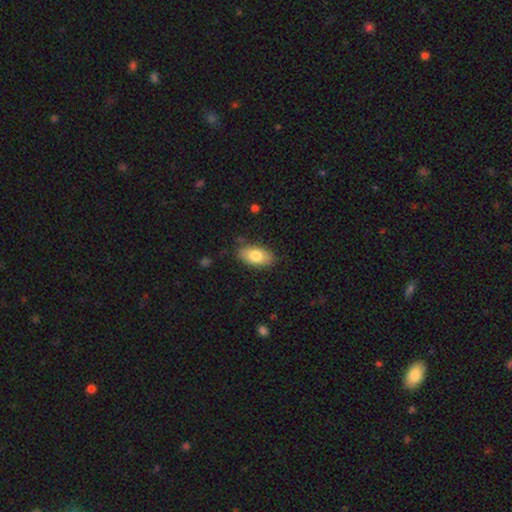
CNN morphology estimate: This appears to be a smooth galaxy with no disk features (79%) that is in between round and cigar-shaped (92%). Merging: none (82%).